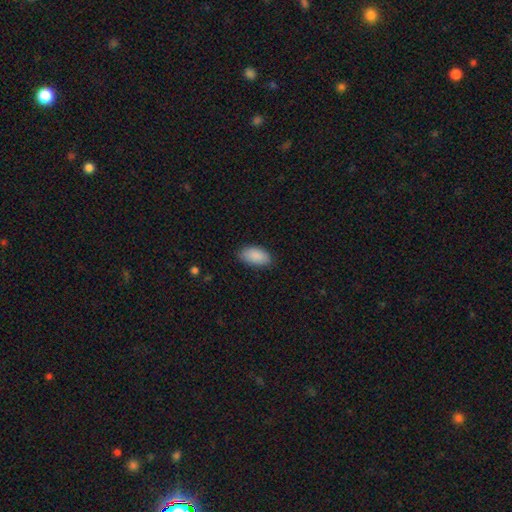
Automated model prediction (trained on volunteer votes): Smooth or featured: smooth — 89% (star or artifact — 6%)
How rounded: in between — 95% (round — 3%)
Merging: none — 84% (minor disturbance — 13%)